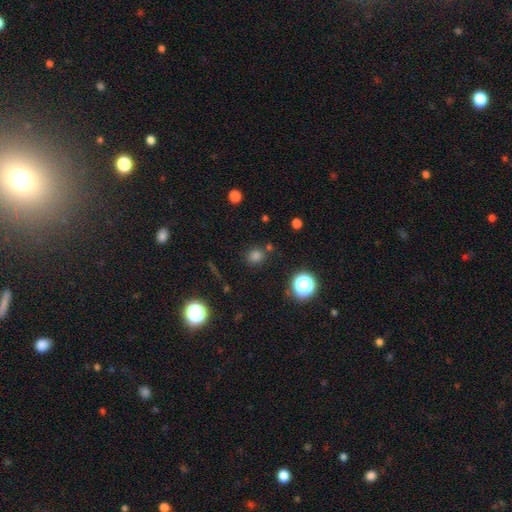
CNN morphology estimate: type=smooth (74%); roundness=round (81%); merging=none (80%).